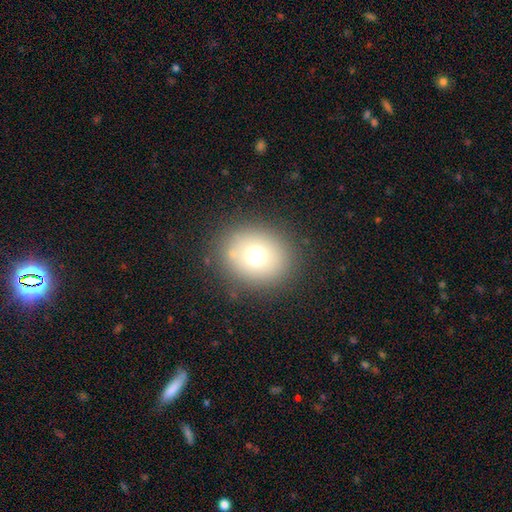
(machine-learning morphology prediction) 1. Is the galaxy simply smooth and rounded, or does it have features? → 69% smooth, 16% star or artifact, 15% featured or disk.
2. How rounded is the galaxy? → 68% round, 31% in between, 1% cigar-shaped.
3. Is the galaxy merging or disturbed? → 84% none, 10% minor disturbance, 5% major disturbance, 2% merger.